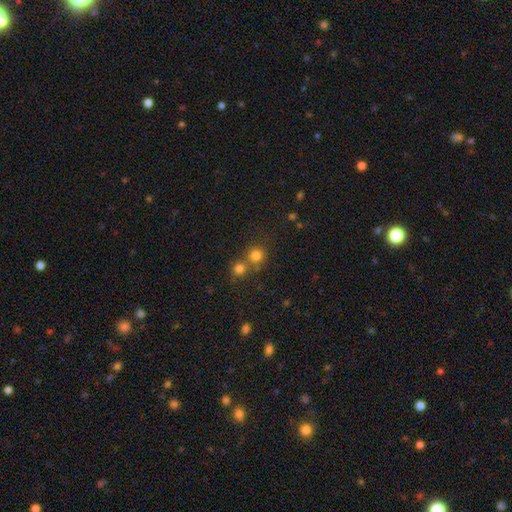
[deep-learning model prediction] Smooth or featured: smooth — 77% (star or artifact — 16%)
How rounded: round — 90% (in between — 9%)
Merging: none — 55% (merger — 36%)